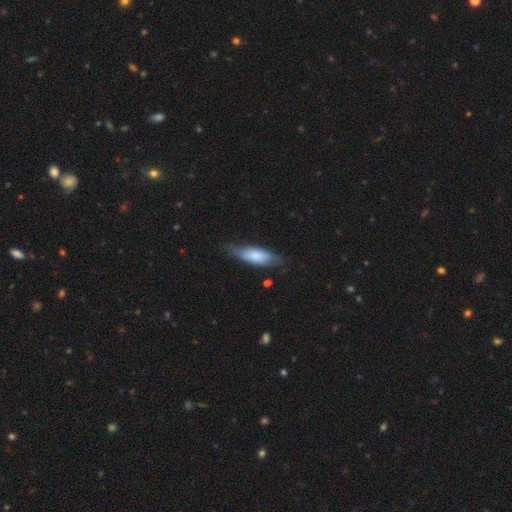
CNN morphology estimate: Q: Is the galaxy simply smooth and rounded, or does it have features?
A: smooth — 72%.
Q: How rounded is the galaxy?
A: in between — 60%.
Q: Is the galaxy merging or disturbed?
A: none — 64%.